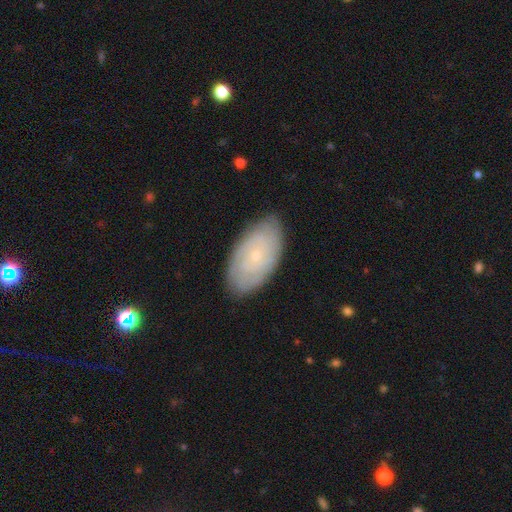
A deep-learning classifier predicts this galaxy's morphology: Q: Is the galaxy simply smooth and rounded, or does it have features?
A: featured or disk — 54%.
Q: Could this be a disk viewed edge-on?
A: no — 93%.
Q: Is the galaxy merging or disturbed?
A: none — 83%.